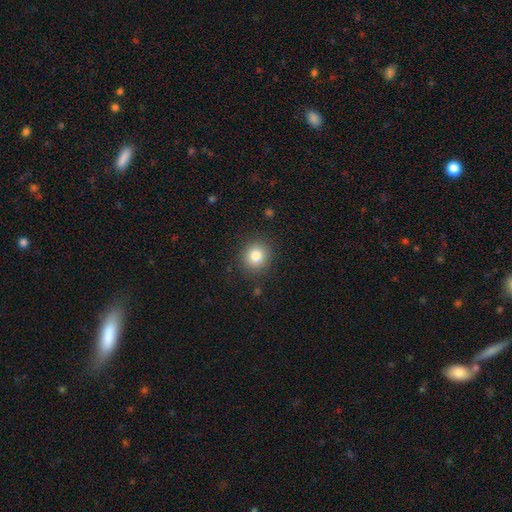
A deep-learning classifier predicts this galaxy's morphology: Smooth or featured?
  - smooth: 81% *
  - star or artifact: 11%
  - featured or disk: 8%
How rounded?
  - round: 87% *
  - in between: 12%
  - cigar-shaped: 1%
Merging?
  - none: 88% *
  - minor disturbance: 8%
  - major disturbance: 3%
  - merger: 1%